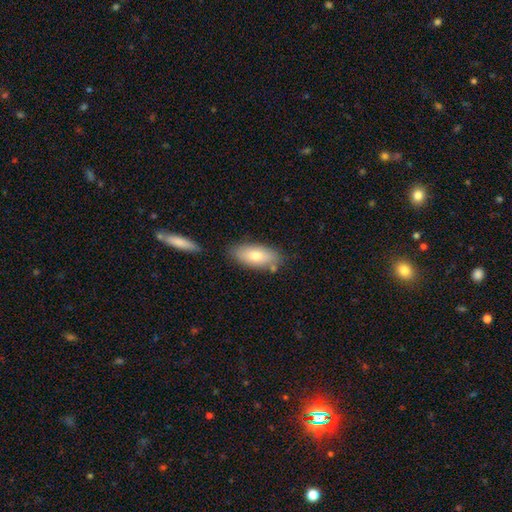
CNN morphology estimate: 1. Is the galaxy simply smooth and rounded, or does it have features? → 75% smooth, 19% featured or disk, 7% star or artifact.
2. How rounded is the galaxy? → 85% in between, 12% cigar-shaped, 3% round.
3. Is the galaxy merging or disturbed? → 75% none, 15% minor disturbance, 7% merger, 3% major disturbance.